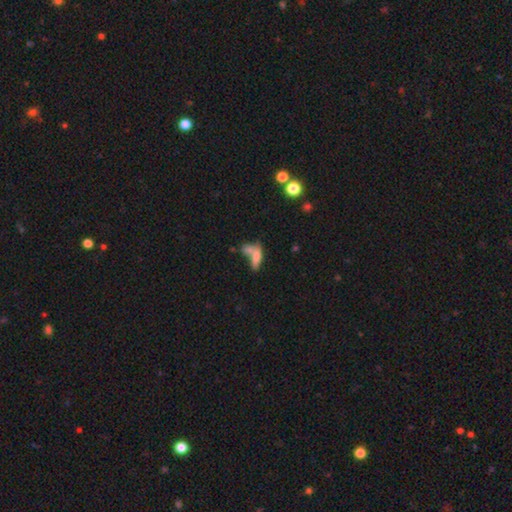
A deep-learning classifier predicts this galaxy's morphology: Smooth or featured: smooth — 67% (featured or disk — 22%)
How rounded: in between — 57% (cigar-shaped — 38%)
Merging: merger — 52% (none — 29%)